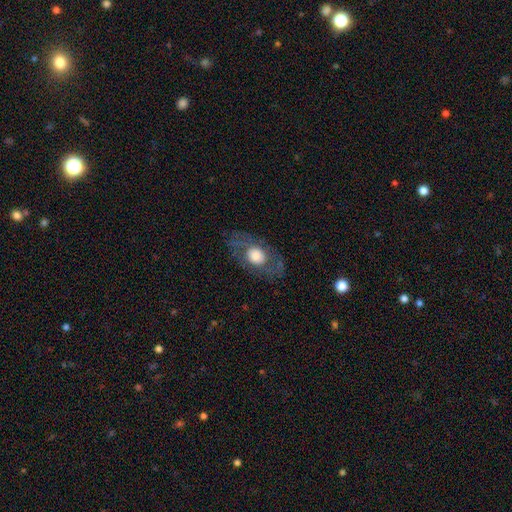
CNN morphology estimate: featured or disk 47%, smooth 45%, star or artifact 8%. Down the decision tree: merging — none (70%).